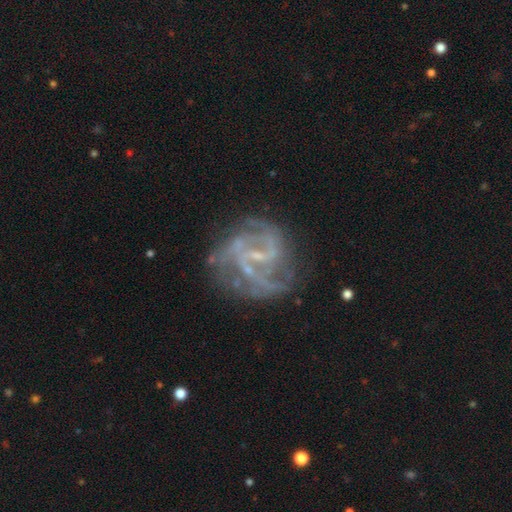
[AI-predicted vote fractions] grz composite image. It shows a featured or disk galaxy (84%) with a weak bar (52%), 2 (31%) medium (47%) spiral arms (88%) and a small central bulge (67%). Merging: none (67%).